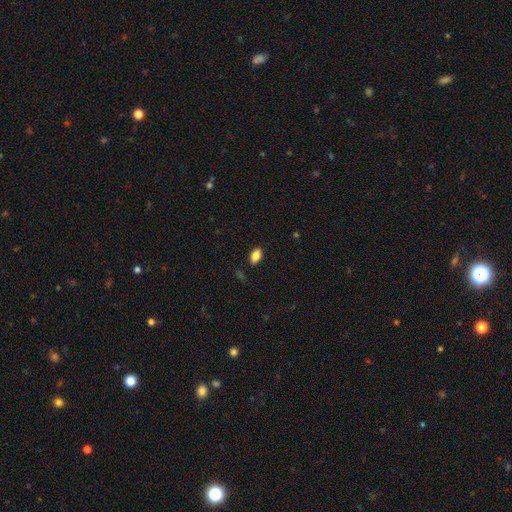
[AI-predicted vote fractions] Overall: smooth (83%). How rounded: in between (91%). Merging: none (87%).